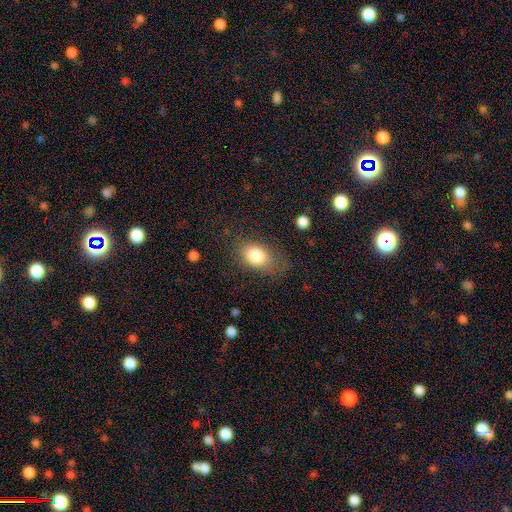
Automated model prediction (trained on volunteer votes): Morphology: type=smooth (82%); roundness=in between (79%); merging=none (62%).